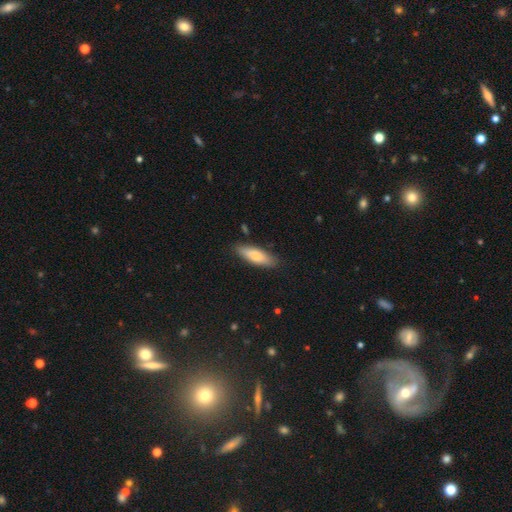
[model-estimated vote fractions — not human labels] This is likely a smooth galaxy (71%). How rounded: possibly in between (51%). Merging: clearly none (85%).